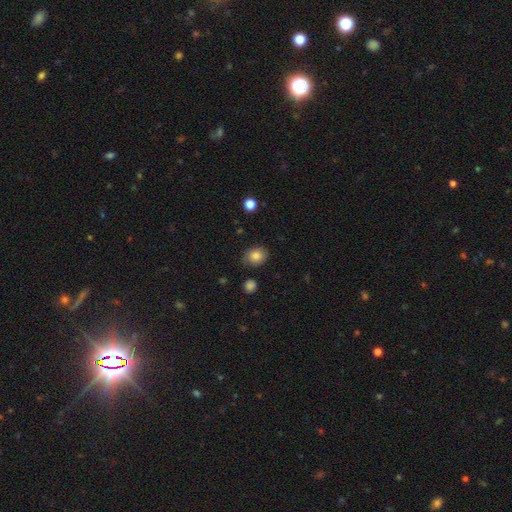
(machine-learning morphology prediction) This is clearly a smooth galaxy (83%). How rounded: possibly round (51%). Merging: likely none (77%).